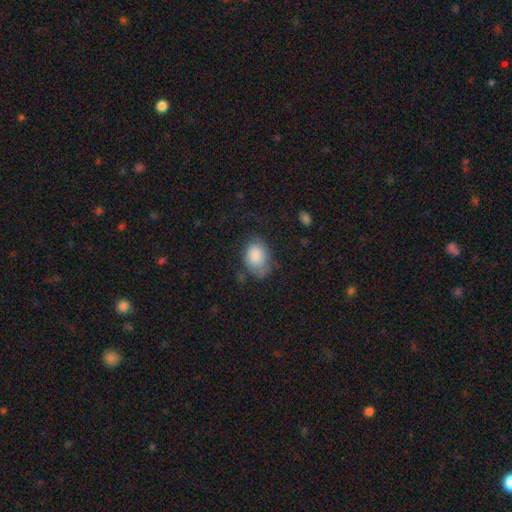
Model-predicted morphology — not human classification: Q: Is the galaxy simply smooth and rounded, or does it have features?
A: smooth — 82%.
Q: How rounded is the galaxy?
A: in between — 78%.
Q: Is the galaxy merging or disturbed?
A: none — 51%.